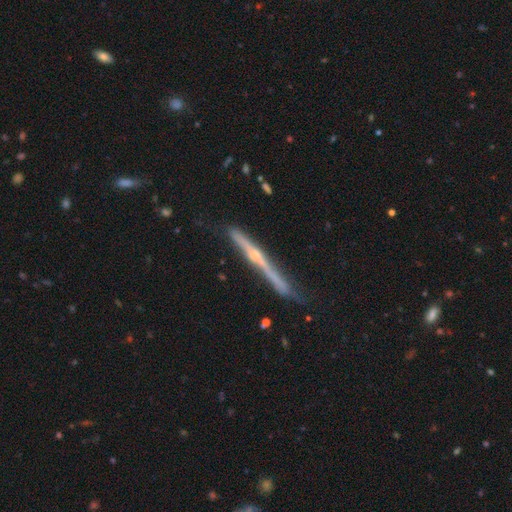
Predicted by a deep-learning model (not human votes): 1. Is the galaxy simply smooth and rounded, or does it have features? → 77% featured or disk, 17% smooth, 6% star or artifact.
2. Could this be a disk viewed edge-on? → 97% yes, 3% no.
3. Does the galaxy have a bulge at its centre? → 62% rounded, 31% none, 7% boxy.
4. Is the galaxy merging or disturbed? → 74% none, 20% minor disturbance, 4% major disturbance, 3% merger.